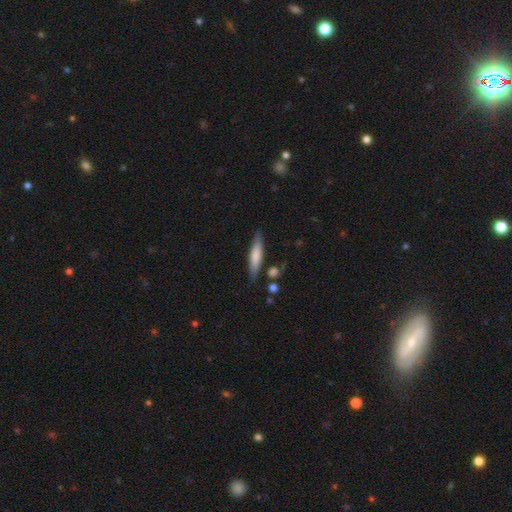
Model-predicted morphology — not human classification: Smooth or featured? Predicted: smooth (p=0.67). How rounded? Predicted: cigar-shaped (p=0.83). Merging? Predicted: none (p=0.81).